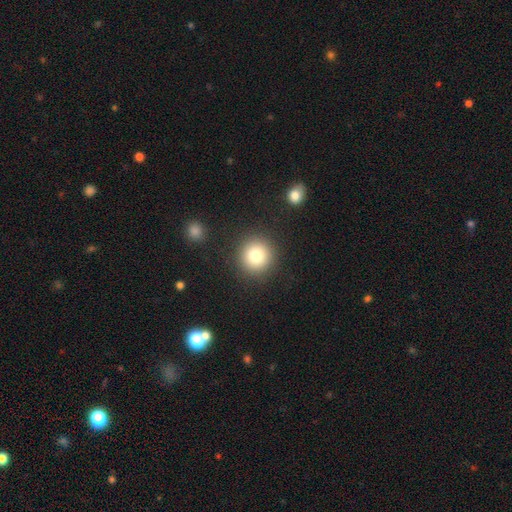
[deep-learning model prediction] Smooth or featured: smooth — 79% (star or artifact — 12%)
How rounded: round — 93% (in between — 6%)
Merging: none — 90% (minor disturbance — 6%)